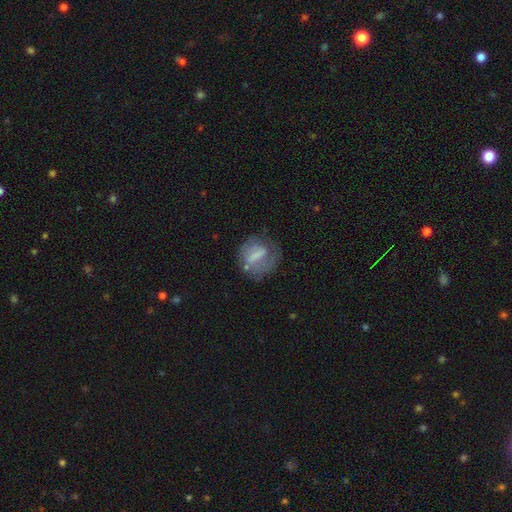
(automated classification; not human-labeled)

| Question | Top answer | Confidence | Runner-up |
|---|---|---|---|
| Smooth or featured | featured or disk | 50% | smooth (41%) |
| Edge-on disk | no | 94% | yes (6%) |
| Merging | none | 49% | major disturbance (24%) |